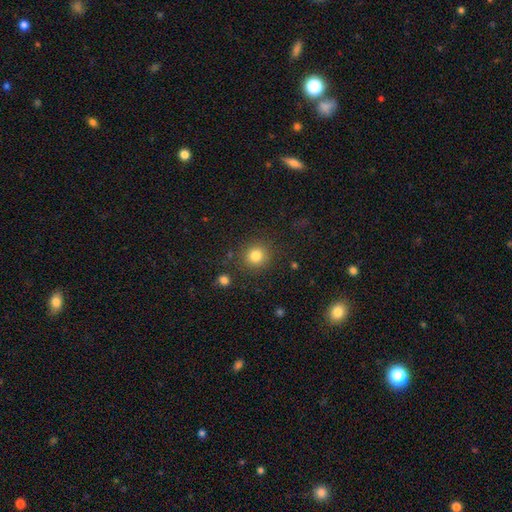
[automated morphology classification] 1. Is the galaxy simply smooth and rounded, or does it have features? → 82% smooth, 12% star or artifact, 6% featured or disk.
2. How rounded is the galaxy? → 91% round, 8% in between, 1% cigar-shaped.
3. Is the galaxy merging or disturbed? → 87% none, 7% minor disturbance, 3% major disturbance, 2% merger.